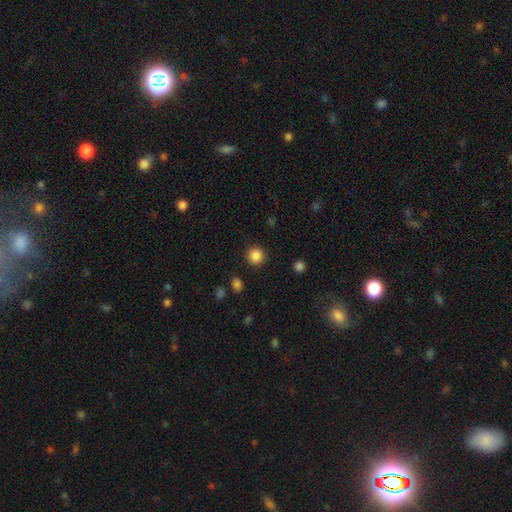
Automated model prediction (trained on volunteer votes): Smooth or featured?
  - smooth: 86% *
  - star or artifact: 11%
  - featured or disk: 3%
How rounded?
  - round: 94% *
  - in between: 5%
  - cigar-shaped: 1%
Merging?
  - none: 91% *
  - minor disturbance: 5%
  - major disturbance: 2%
  - merger: 1%